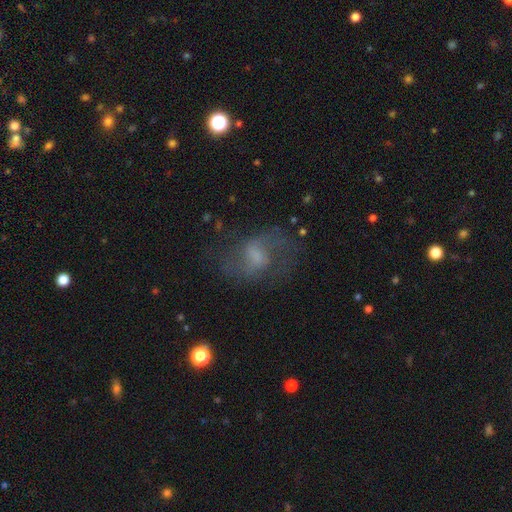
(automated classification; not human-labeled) Morphology: type=featured or disk (64%); edge-on=no (97%); bar=weak (51%); spiral arms=yes (81%); bulge=none (32%); merging=none (59%).